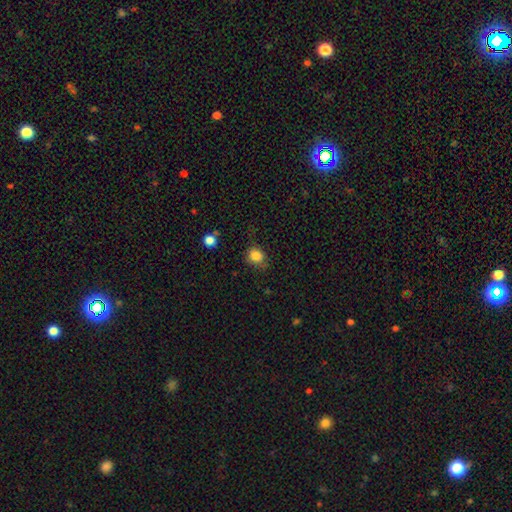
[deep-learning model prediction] This is clearly a smooth galaxy (83%). How rounded: likely round (67%). Merging: likely none (71%).